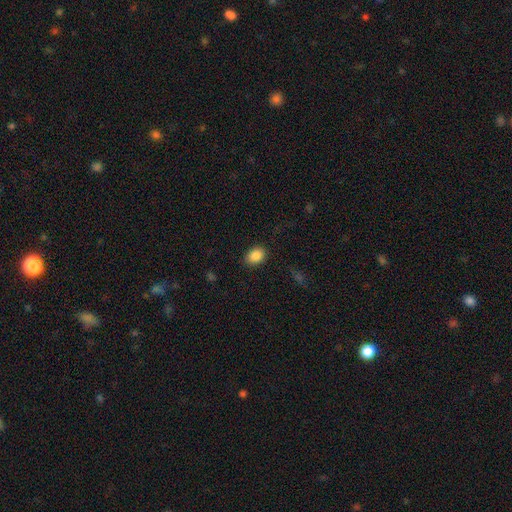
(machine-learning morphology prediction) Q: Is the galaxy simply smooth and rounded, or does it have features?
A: smooth — 87%.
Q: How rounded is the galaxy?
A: in between — 70%.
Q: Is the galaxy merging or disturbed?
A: none — 86%.